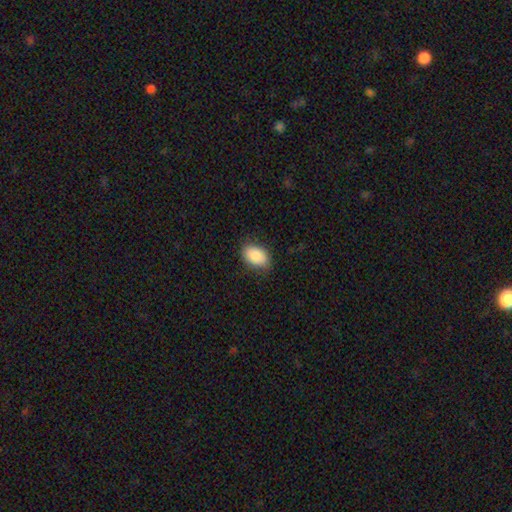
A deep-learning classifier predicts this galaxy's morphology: smooth_or_featured: smooth (p=0.87) [alt: star or artifact p=0.07]
how_rounded: in between (p=0.89) [alt: round p=0.10]
merging: none (p=0.83) [alt: minor disturbance p=0.13]